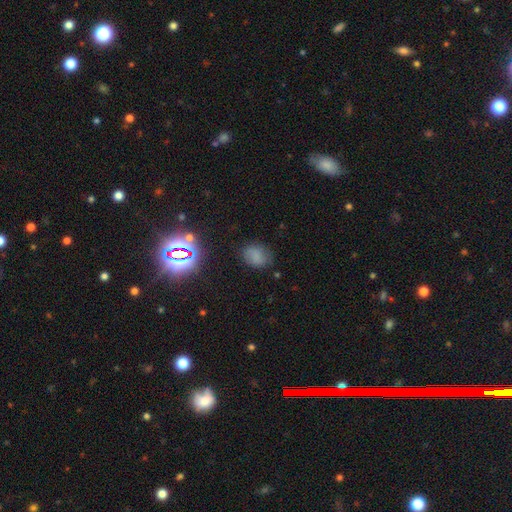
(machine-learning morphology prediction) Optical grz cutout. It shows a smooth galaxy with no disk features (71%) that is in between round and cigar-shaped (57%). Merging: none (73%).